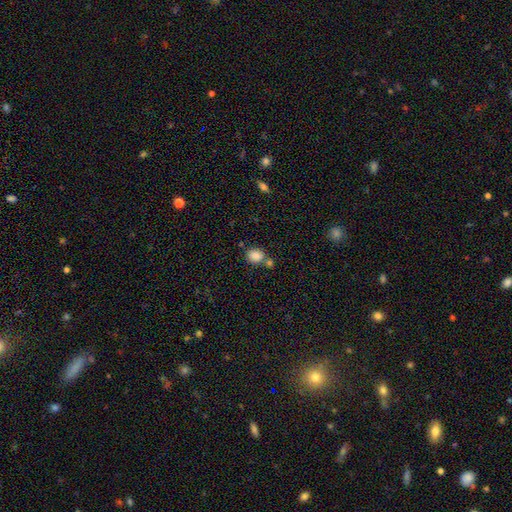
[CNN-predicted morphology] smooth 86%, star or artifact 9%, featured or disk 5%. Down the decision tree: how rounded — in between (50%); merging — none (60%).